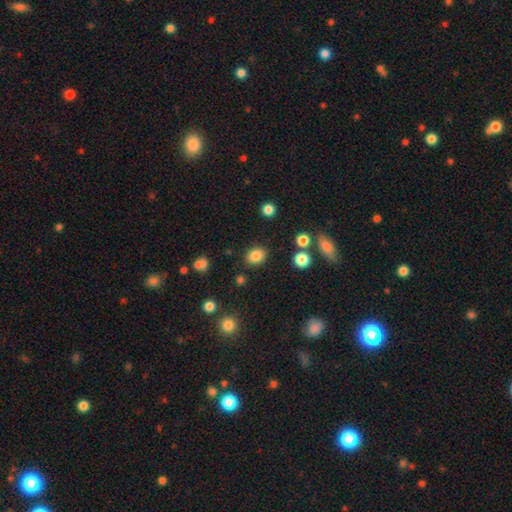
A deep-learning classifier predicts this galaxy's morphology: smooth_or_featured: smooth (p=0.84) [alt: star or artifact p=0.11]
how_rounded: in between (p=0.51) [alt: round p=0.48]
merging: none (p=0.85) [alt: minor disturbance p=0.09]